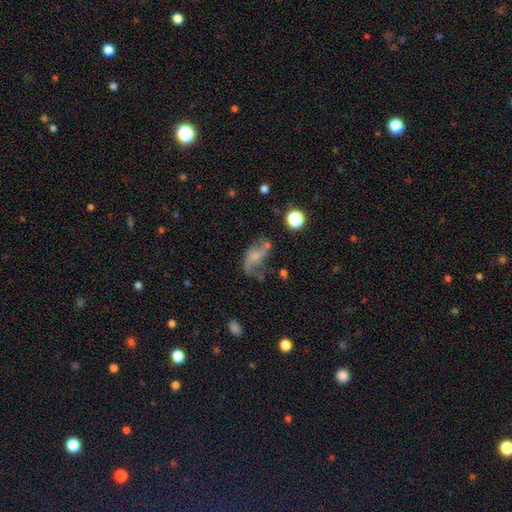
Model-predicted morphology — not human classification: type=featured or disk (63%); edge-on=no (95%); bar=no (63%); spiral arms=yes (82%); bulge=small (50%); merging=none (44%).